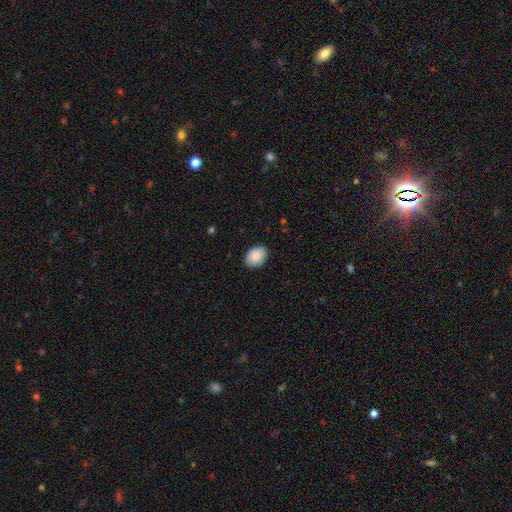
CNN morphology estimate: Overall: smooth (90%). How rounded: in between (79%). Merging: none (86%).